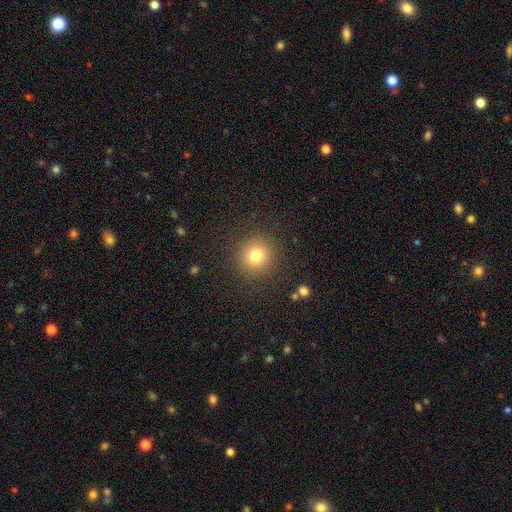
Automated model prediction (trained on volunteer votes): smooth-or-featured: smooth: 78% | star or artifact: 14% | featured or disk: 9%
  how-rounded: round: 92% | in between: 7% | cigar-shaped: 1%
  merging: none: 89% | minor disturbance: 6% | major disturbance: 3% | merger: 1%